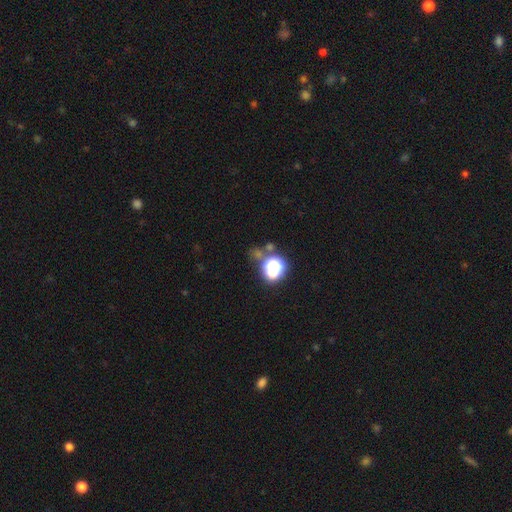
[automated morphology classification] The model was most divided on "smooth or featured": star or artifact: 67%, smooth: 25%, featured or disk: 8%.